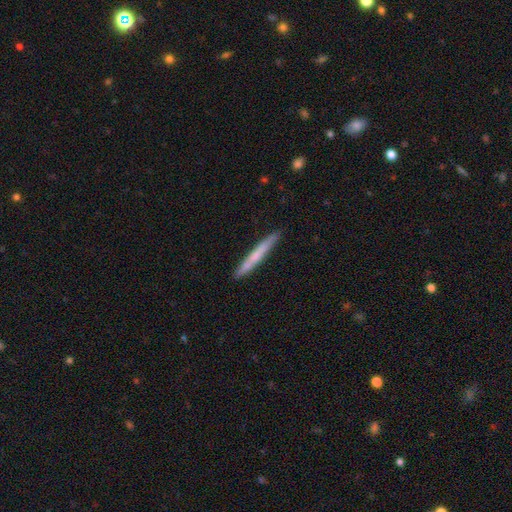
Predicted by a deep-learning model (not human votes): This appears to be a smooth galaxy with no disk features (57%) that is cigar-shaped (97%). Merging: none (88%).